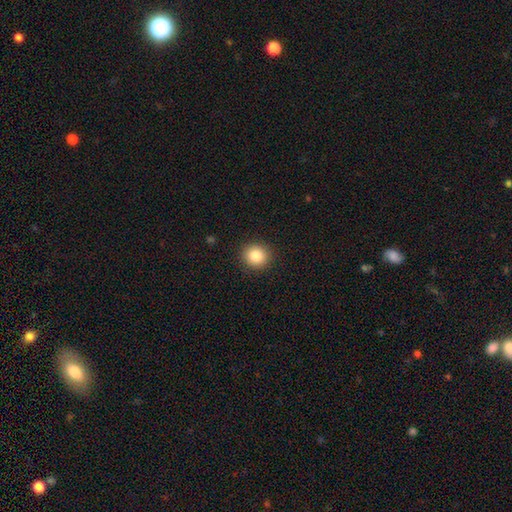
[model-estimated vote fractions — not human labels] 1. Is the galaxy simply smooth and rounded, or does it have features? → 85% smooth, 10% star or artifact, 6% featured or disk.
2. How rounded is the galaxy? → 87% round, 12% in between, 1% cigar-shaped.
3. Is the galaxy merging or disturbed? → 91% none, 6% minor disturbance, 2% major disturbance, 1% merger.